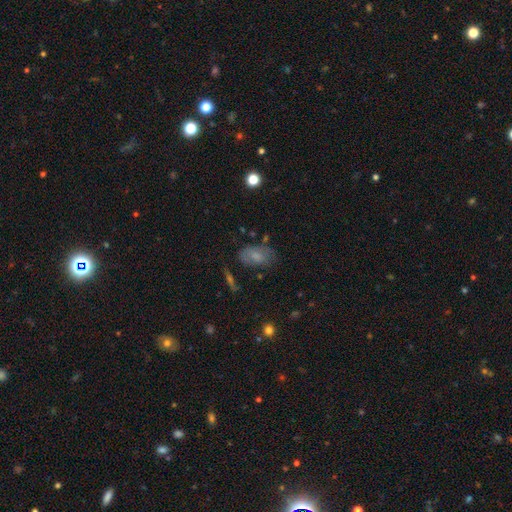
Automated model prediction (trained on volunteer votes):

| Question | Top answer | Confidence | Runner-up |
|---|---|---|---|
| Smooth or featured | smooth | 69% | featured or disk (20%) |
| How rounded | in between | 90% | round (8%) |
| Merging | none | 62% | minor disturbance (24%) |